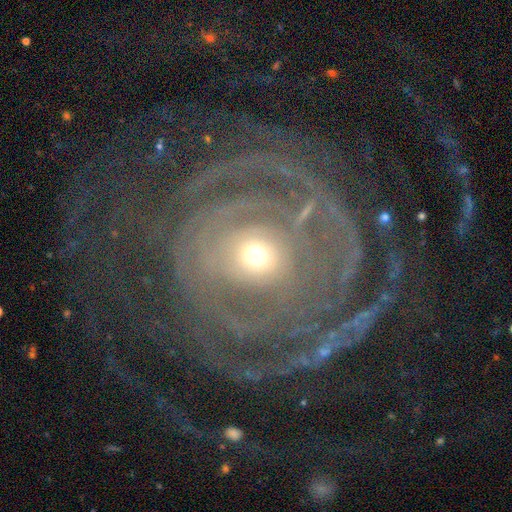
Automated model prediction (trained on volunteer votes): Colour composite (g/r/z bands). It shows a featured or disk galaxy (82%) with no bar (76%), tight (62%) spiral arms (83%) and a small central bulge (54%). Merging: none (59%).